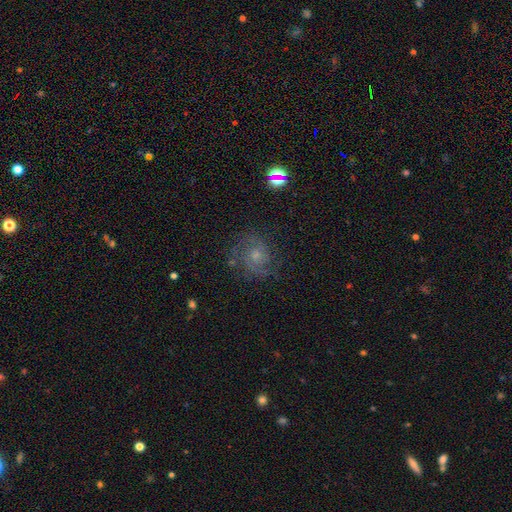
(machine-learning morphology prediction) smooth-or-featured: featured or disk: 72% | smooth: 14% | star or artifact: 13%
  disk-edge-on: no: 98% | yes: 2%
    bar: no: 75% | weak: 22% | strong: 3%
    has-spiral-arms: yes: 94% | no: 6%
      spiral-winding: tight: 50% | medium: 40% | loose: 10%
      spiral-arm-count: 2: 49% | can't tell: 22% | 3: 16% | 1: 5% | 4: 4% | more than 4: 4%
    bulge-size: small: 54% | moderate: 36% | none: 5% | large: 3% | dominant: 1%
  merging: none: 75% | minor disturbance: 15% | major disturbance: 8% | merger: 2%